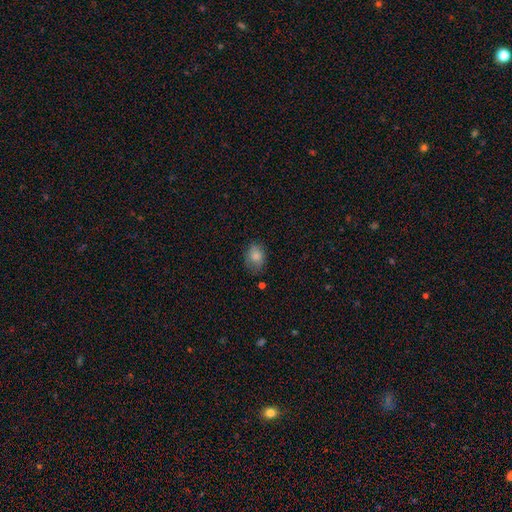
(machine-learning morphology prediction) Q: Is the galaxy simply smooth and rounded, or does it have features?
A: smooth — 82%.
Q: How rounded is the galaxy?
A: in between — 58%.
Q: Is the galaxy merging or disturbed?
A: none — 70%.